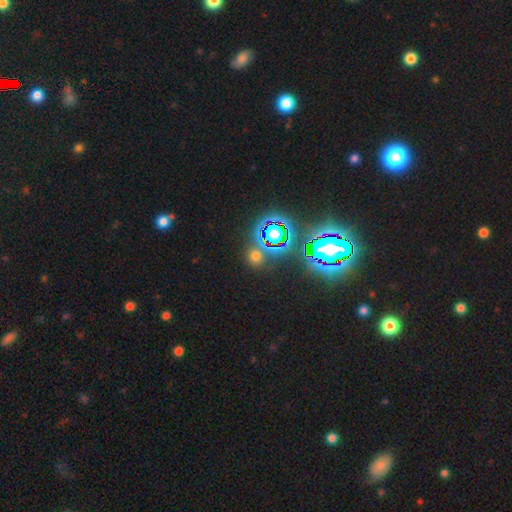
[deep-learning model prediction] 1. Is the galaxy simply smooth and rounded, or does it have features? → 48% star or artifact, 44% smooth, 8% featured or disk.